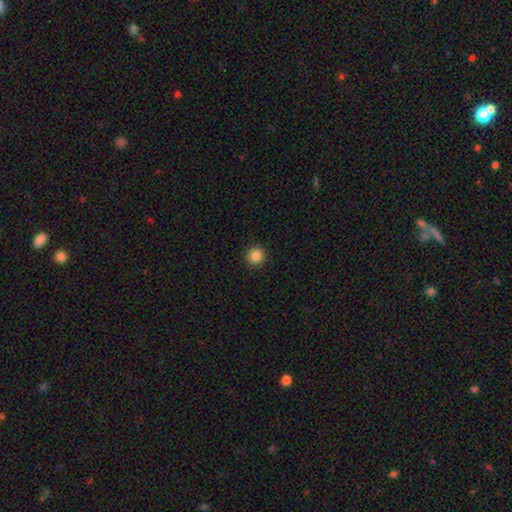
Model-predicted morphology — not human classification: type=smooth (86%); roundness=round (95%); merging=none (93%).